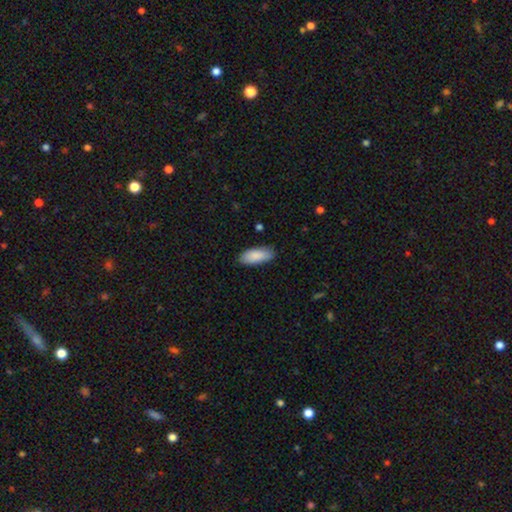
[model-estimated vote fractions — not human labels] This appears to be a smooth galaxy with no disk features (88%) that is in between round and cigar-shaped (84%). Merging: none (84%).